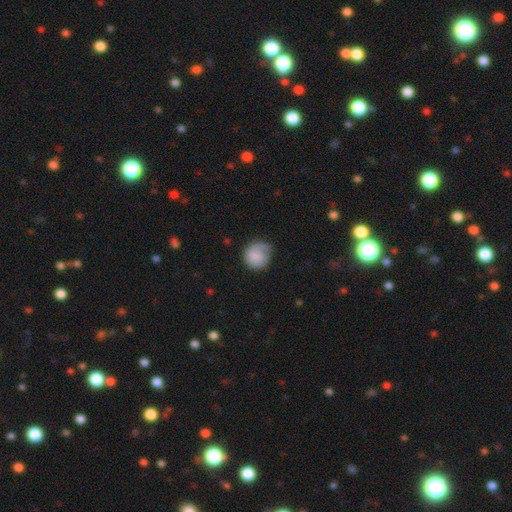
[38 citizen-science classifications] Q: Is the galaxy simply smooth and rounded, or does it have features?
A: smooth — 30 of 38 (79%).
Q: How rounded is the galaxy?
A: round — 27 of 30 (90%).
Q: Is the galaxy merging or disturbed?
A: none — 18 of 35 (51%).